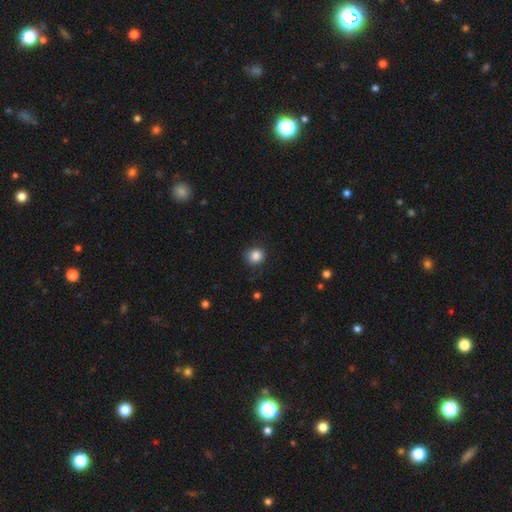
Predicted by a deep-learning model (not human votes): Q: Smooth or featured?
A: smooth (86%); runner-up: star or artifact (10%)
Q: How rounded?
A: round (85%); runner-up: in between (14%)
Q: Merging?
A: none (84%); runner-up: minor disturbance (12%)